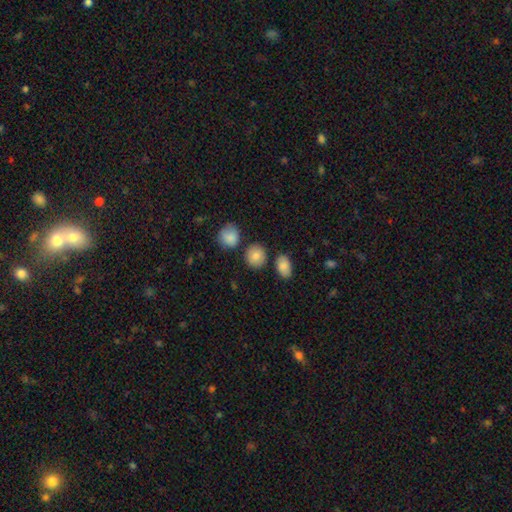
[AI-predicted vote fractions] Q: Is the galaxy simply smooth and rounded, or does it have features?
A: smooth — 82%.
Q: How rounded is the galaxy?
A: round — 72%.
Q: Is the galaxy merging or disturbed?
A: none — 79%.